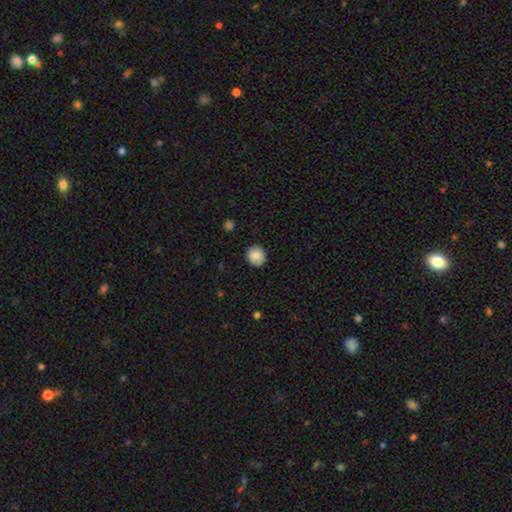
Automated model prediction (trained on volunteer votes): Smooth or featured: smooth — 82% (featured or disk — 10%)
How rounded: round — 86% (in between — 13%)
Merging: none — 86% (minor disturbance — 11%)